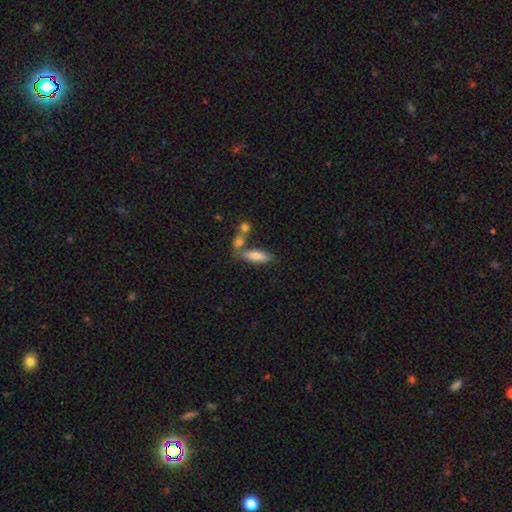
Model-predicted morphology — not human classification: Smooth or featured: smooth — 74% (featured or disk — 19%)
How rounded: in between — 52% (cigar-shaped — 45%)
Merging: none — 52% (merger — 29%)